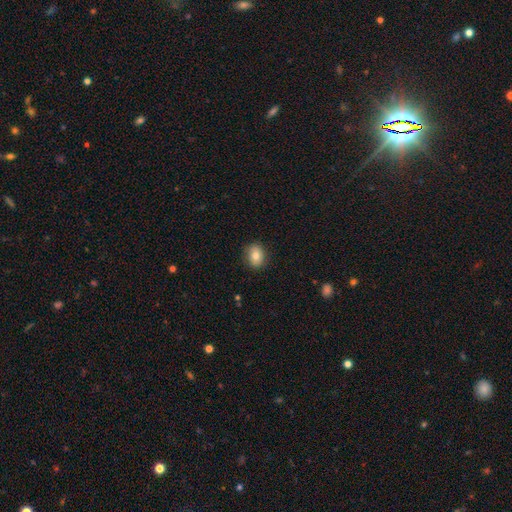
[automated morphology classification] Smooth or featured?
  - smooth: 80% *
  - featured or disk: 12%
  - star or artifact: 9%
How rounded?
  - in between: 51% *
  - round: 47%
  - cigar-shaped: 1%
Merging?
  - none: 86% *
  - minor disturbance: 11%
  - major disturbance: 3%
  - merger: 1%